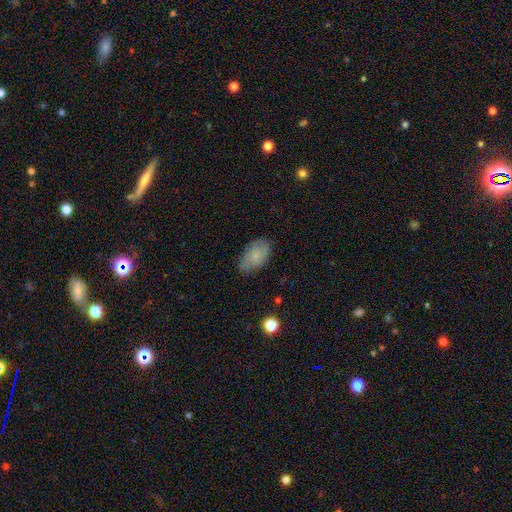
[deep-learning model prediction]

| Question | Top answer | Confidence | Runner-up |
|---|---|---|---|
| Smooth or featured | smooth | 71% | featured or disk (21%) |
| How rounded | in between | 92% | round (6%) |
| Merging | none | 70% | minor disturbance (24%) |